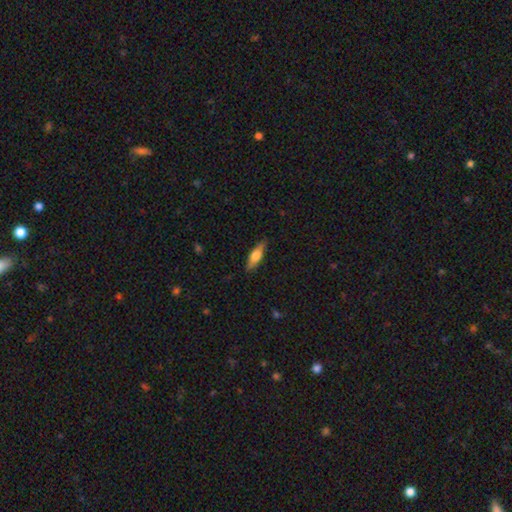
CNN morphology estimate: type=smooth (60%); roundness=cigar-shaped (50%); merging=none (85%).